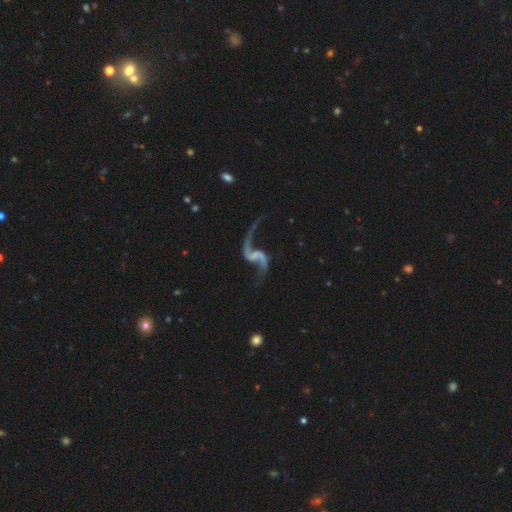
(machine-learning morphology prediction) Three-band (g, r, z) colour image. It shows a featured or disk galaxy (91%) with a weak bar (40%), 2 (93%) loose (92%) spiral arms (96%) and no central bulge (63%). Merging: none (67%).